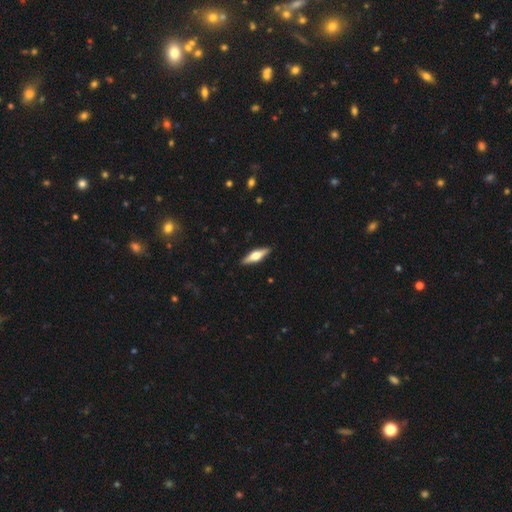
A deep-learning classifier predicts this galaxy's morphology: The model was most divided on "smooth or featured": featured or disk: 55%, smooth: 40%, star or artifact: 6%. More confident: edge-on disk — yes (95%); edge-on bulge — rounded (92%); merging — none (90%).